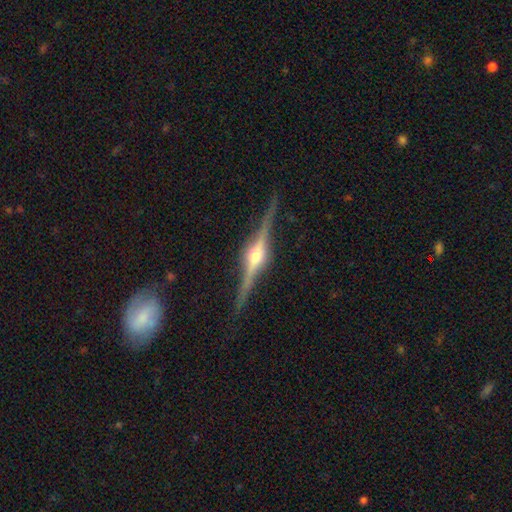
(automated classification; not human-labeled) This is clearly a featured or disk galaxy (89%). It is clearly viewed edge-on (98%). Edge-on bulge: clearly rounded (92%). Merging: clearly none (89%).